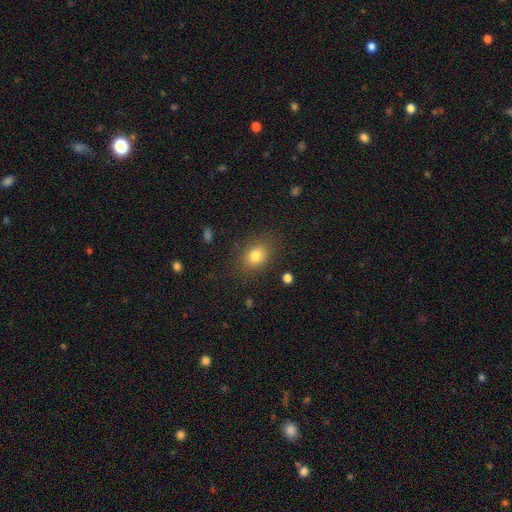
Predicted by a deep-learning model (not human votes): Overall: smooth (80%). How rounded: in between (62%; round 37%). Merging: none (83%).